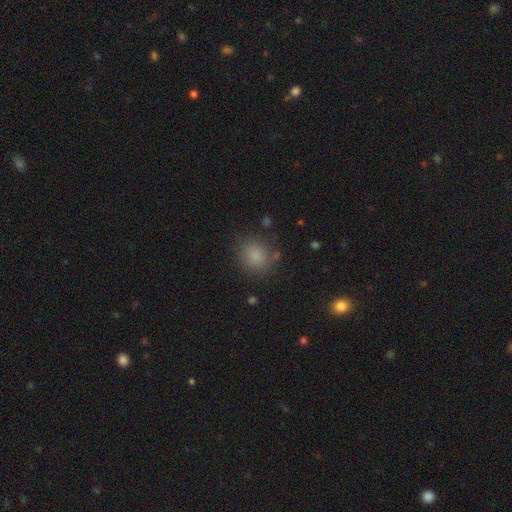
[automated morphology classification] Smooth or featured: smooth — 83% (star or artifact — 12%)
How rounded: round — 78% (in between — 21%)
Merging: none — 80% (minor disturbance — 13%)